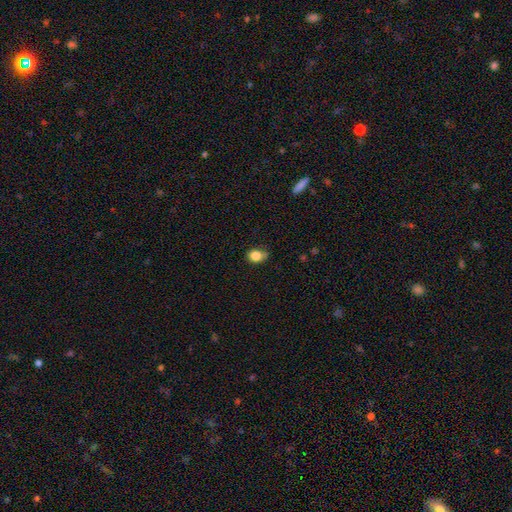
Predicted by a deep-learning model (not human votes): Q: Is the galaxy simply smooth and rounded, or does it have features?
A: smooth — 84%.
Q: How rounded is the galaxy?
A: round — 52%.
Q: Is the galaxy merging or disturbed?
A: none — 59%.